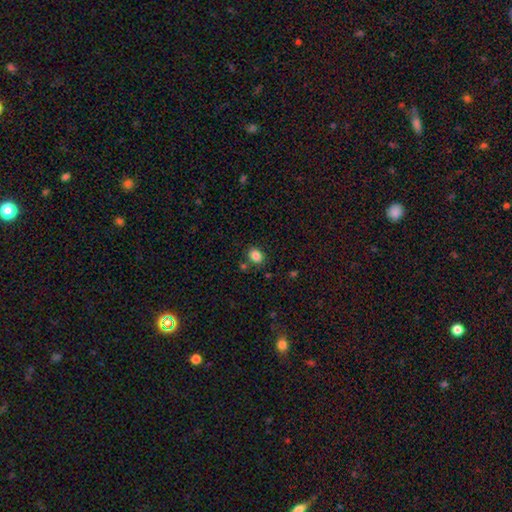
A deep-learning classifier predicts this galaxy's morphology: Smooth or featured?
  - smooth: 85% *
  - star or artifact: 10%
  - featured or disk: 4%
How rounded?
  - in between: 60% *
  - round: 39%
  - cigar-shaped: 1%
Merging?
  - none: 80% *
  - minor disturbance: 11%
  - merger: 6%
  - major disturbance: 3%